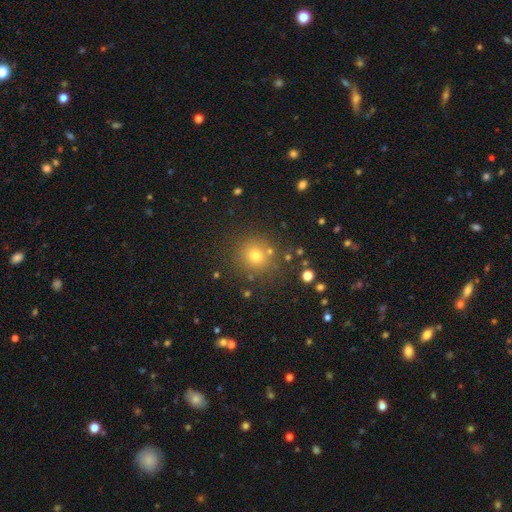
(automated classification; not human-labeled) Smooth or featured? smooth (71%)
How rounded? round (90%)
Merging? none (84%)